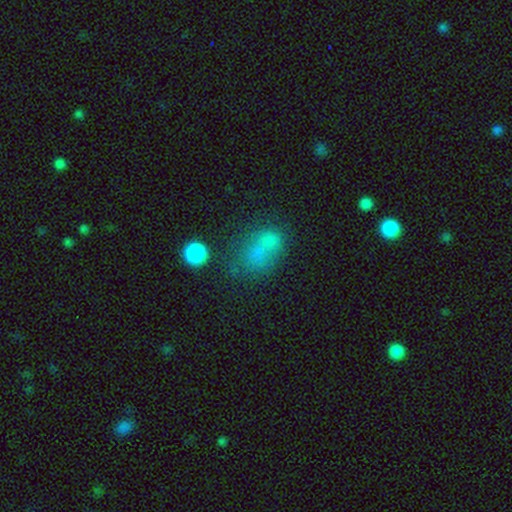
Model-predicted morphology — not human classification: Smooth or featured?
  - smooth: 60% *
  - star or artifact: 22%
  - featured or disk: 18%
How rounded?
  - in between: 62% *
  - round: 35%
  - cigar-shaped: 2%
Merging?
  - none: 41% *
  - major disturbance: 23%
  - minor disturbance: 20%
  - merger: 16%